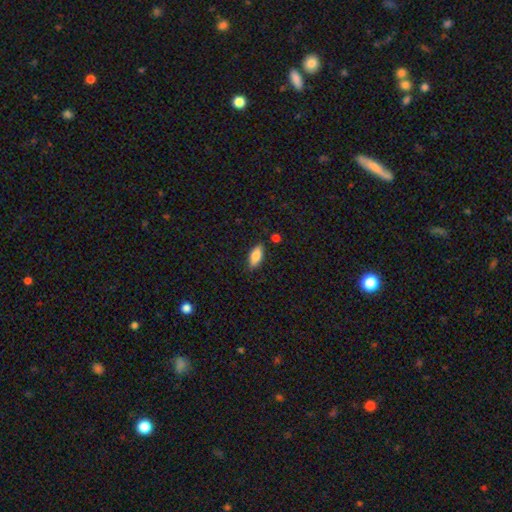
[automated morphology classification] smooth 81%, featured or disk 12%, star or artifact 7%. Down the decision tree: how rounded — in between (82%); merging — none (83%).